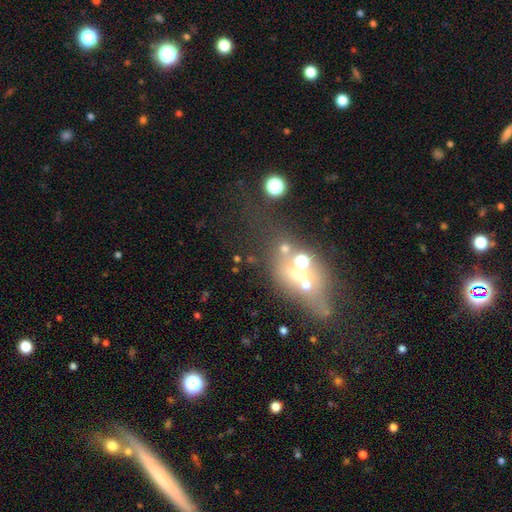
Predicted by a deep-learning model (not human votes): This appears to be a featured or disk galaxy (36%). Merging: none (42%).